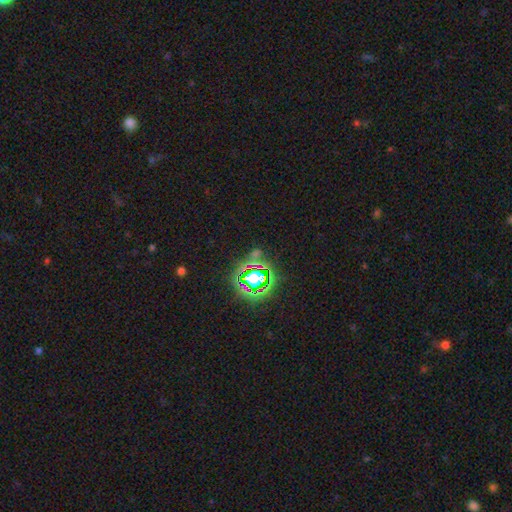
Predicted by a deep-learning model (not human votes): This appears to be a star or artifact, not a galaxy (75%).